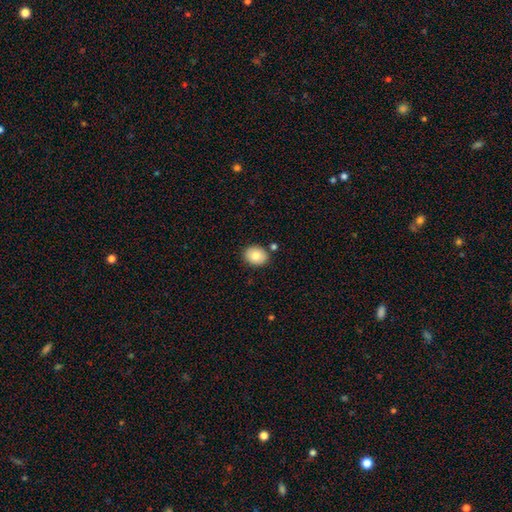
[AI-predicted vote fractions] smooth-or-featured: smooth: 80% | featured or disk: 12% | star or artifact: 8%
  how-rounded: round: 51% | in between: 48% | cigar-shaped: 1%
  merging: none: 83% | minor disturbance: 10% | merger: 5% | major disturbance: 2%